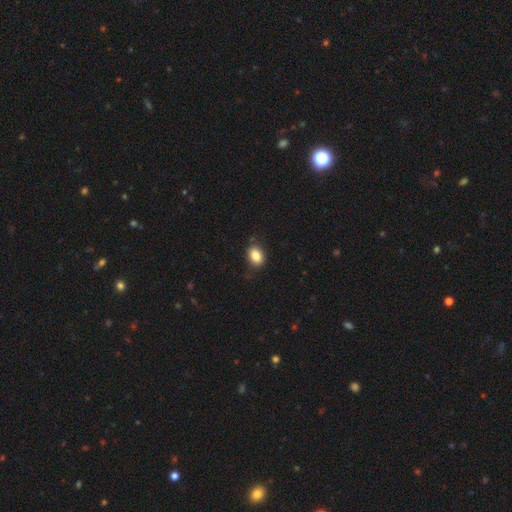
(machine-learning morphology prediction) The model was most divided on "how rounded": in between: 66%, round: 33%, cigar-shaped: 1%. More confident: smooth or featured — smooth (85%); merging — none (82%).